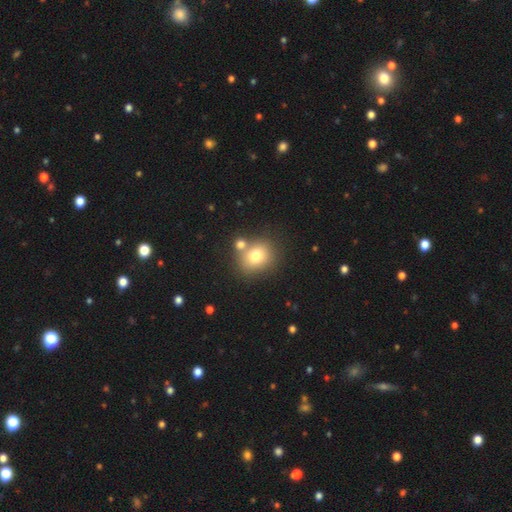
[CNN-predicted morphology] Smooth or featured? smooth (75%)
How rounded? round (71%)
Merging? none (62%)